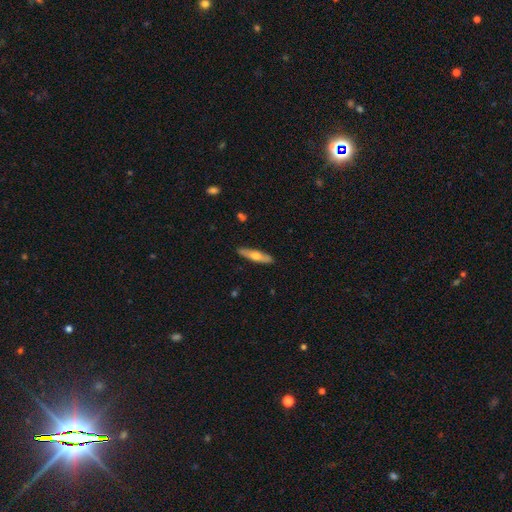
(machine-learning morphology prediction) smooth 53%, featured or disk 41%, star or artifact 6%. Down the decision tree: how rounded — cigar-shaped (77%); merging — none (89%).